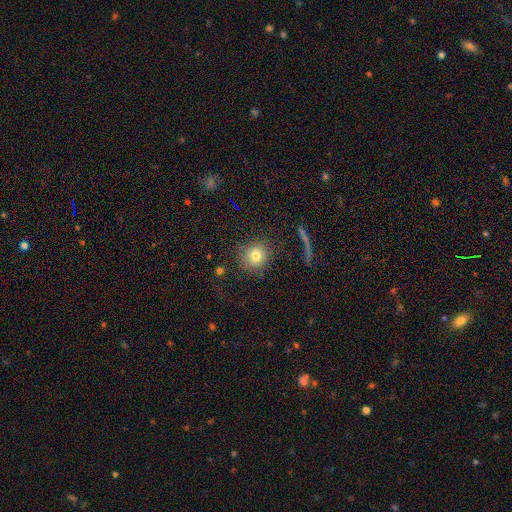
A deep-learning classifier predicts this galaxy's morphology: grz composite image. It shows a smooth galaxy with no disk features (79%) that is round (85%). Merging: none (83%).